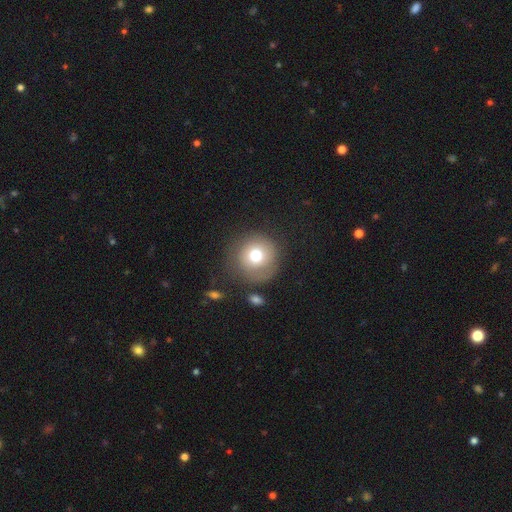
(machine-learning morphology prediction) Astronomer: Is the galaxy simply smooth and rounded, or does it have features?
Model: smooth — 72%.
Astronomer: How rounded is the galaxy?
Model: round — 93%.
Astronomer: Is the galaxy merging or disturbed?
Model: none — 71%.